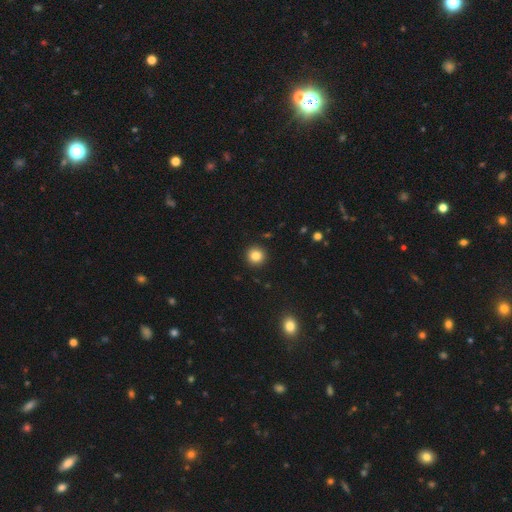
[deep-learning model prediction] A smooth galaxy with no disk features (83%) that is round (94%). Merging: none (93%).